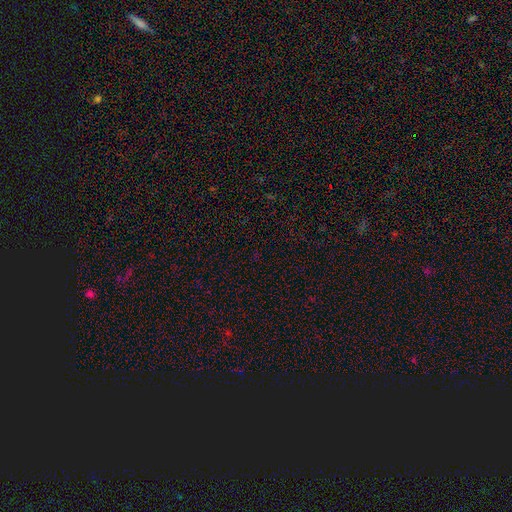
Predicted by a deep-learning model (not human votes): smooth-or-featured: star or artifact: 70% | smooth: 23% | featured or disk: 7%